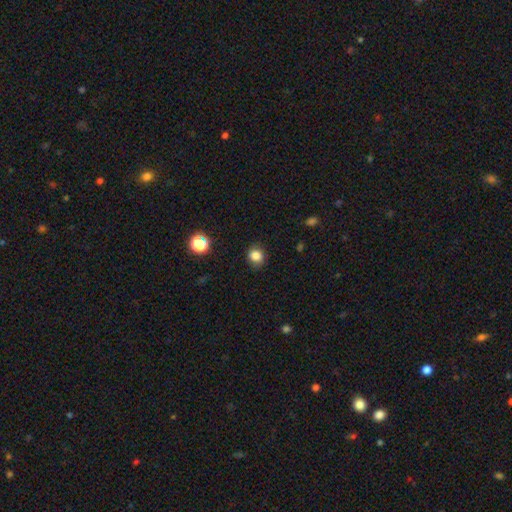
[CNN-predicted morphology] smooth-or-featured: smooth: 83% | star or artifact: 12% | featured or disk: 5%
  how-rounded: round: 76% | in between: 23% | cigar-shaped: 1%
  merging: none: 86% | minor disturbance: 10% | major disturbance: 3% | merger: 1%